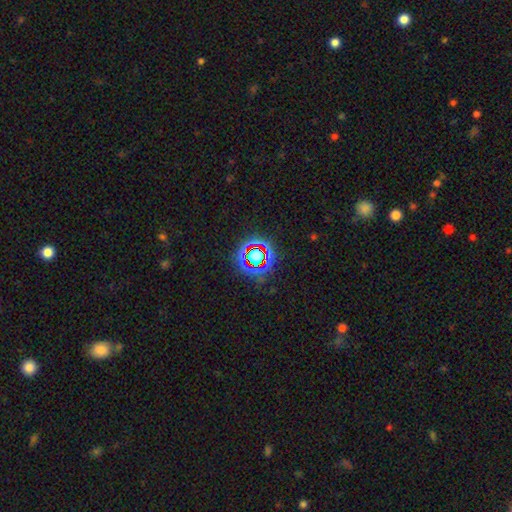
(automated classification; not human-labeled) Smooth or featured: star or artifact — 67% (smooth — 21%)